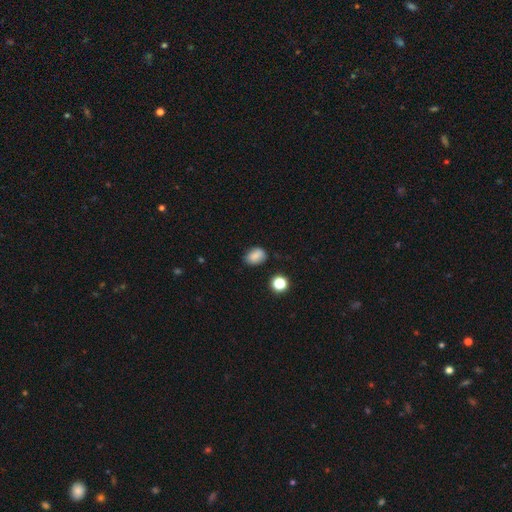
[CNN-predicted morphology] A smooth galaxy with no disk features (84%) that is in between round and cigar-shaped (75%). Merging: none (74%).